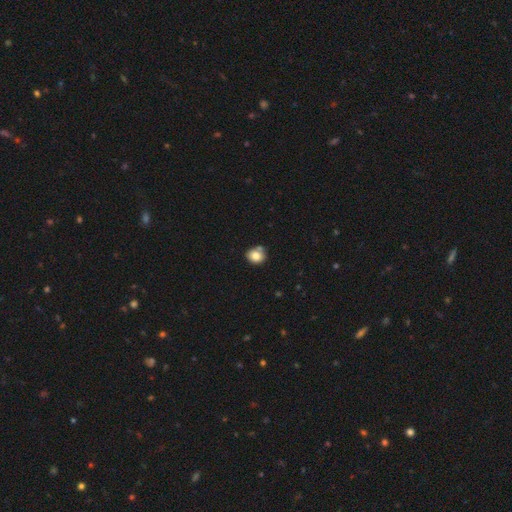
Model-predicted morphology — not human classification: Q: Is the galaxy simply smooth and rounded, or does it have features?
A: smooth — 82%.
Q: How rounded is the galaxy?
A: round — 72%.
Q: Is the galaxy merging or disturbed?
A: none — 68%.